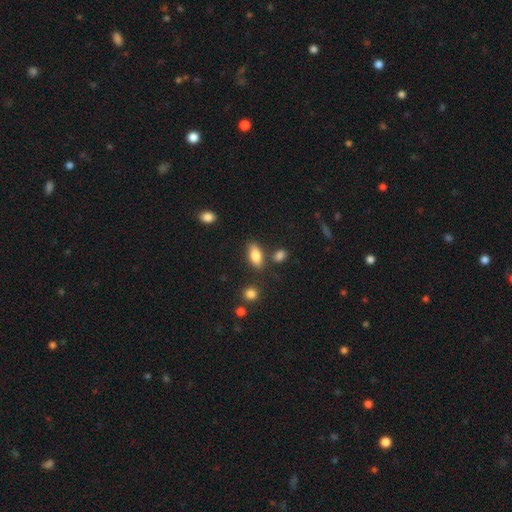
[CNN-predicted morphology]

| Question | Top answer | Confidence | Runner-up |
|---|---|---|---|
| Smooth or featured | smooth | 82% | featured or disk (11%) |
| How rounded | in between | 86% | cigar-shaped (10%) |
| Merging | none | 77% | minor disturbance (12%) |